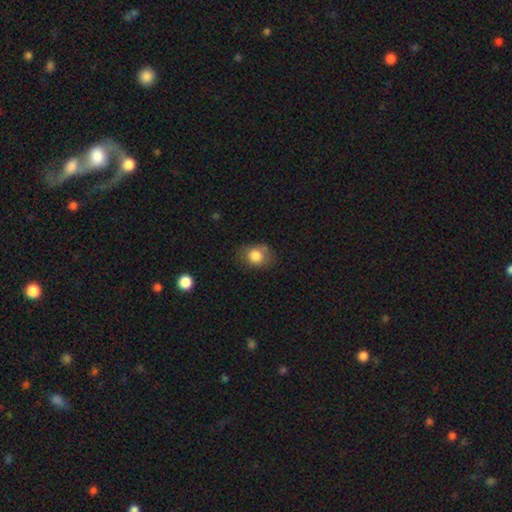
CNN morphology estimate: A smooth galaxy with no disk features (82%) that is round (50%).

Vote fractions:
- Smooth or featured? smooth: 82% / featured or disk: 9% / star or artifact: 9%
- How rounded? round: 50% / in between: 49% / cigar-shaped: 1%
- Merging? none: 61% / minor disturbance: 25% / major disturbance: 9% / merger: 5%